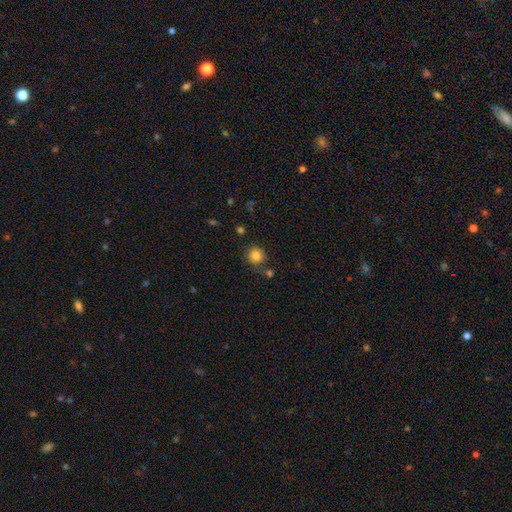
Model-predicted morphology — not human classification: This is clearly a smooth galaxy (84%). How rounded: clearly round (91%). Merging: likely none (76%).